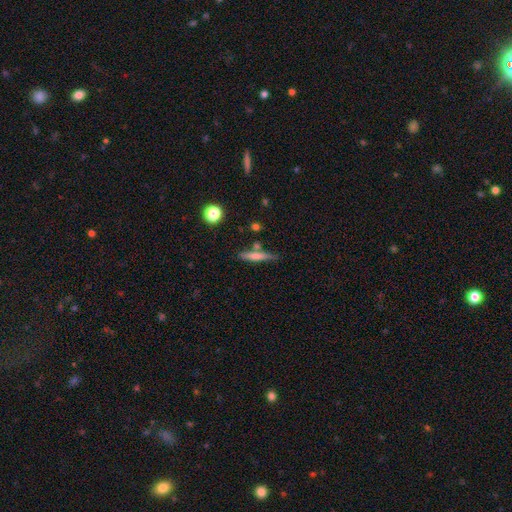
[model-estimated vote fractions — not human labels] A smooth galaxy with no disk features (61%) that is cigar-shaped (89%).

Vote fractions:
- Smooth or featured? smooth: 61% / featured or disk: 31% / star or artifact: 7%
- How rounded? cigar-shaped: 89% / in between: 9% / round: 2%
- Merging? none: 73% / minor disturbance: 14% / merger: 9% / major disturbance: 3%